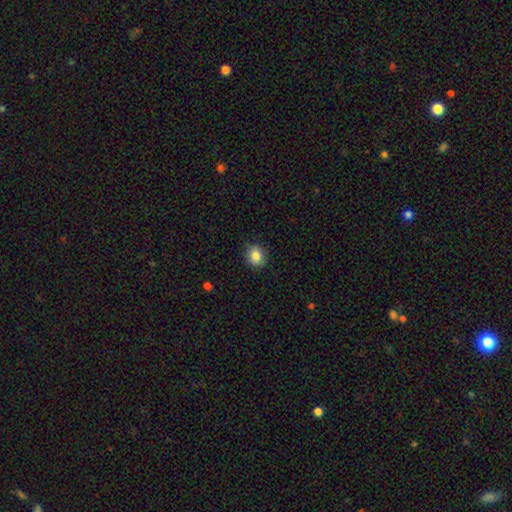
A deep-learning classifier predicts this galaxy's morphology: Smooth or featured? Predicted: smooth (p=0.85). How rounded? Predicted: round (p=0.67). Merging? Predicted: none (p=0.88).